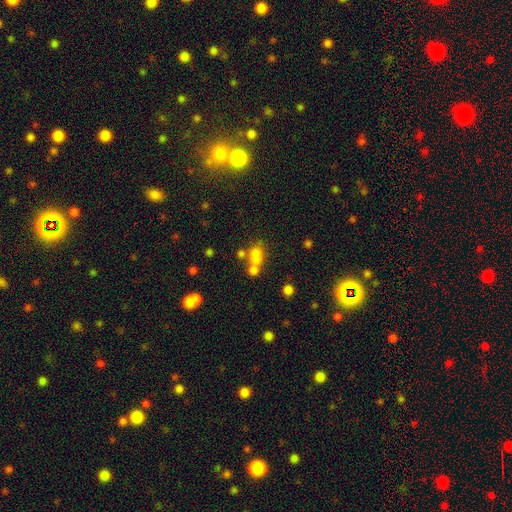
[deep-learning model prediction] smooth_or_featured: smooth (p=0.68) [alt: star or artifact p=0.17]
how_rounded: in between (p=0.58) [alt: round p=0.39]
merging: merger (p=0.47) [alt: none p=0.34]